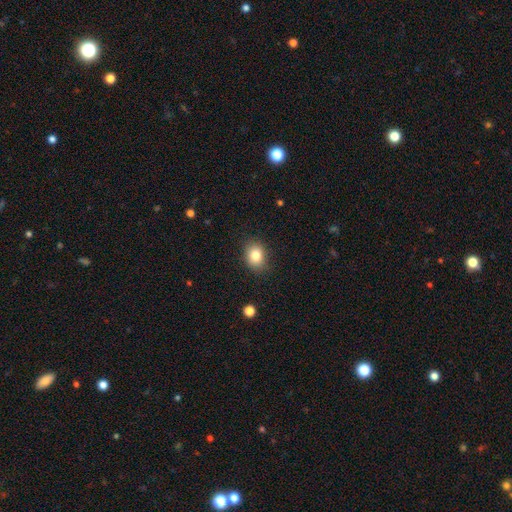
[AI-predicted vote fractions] The model was most divided on "how rounded": in between: 52%, round: 47%, cigar-shaped: 1%. More confident: merging — none (85%); smooth or featured — smooth (82%).